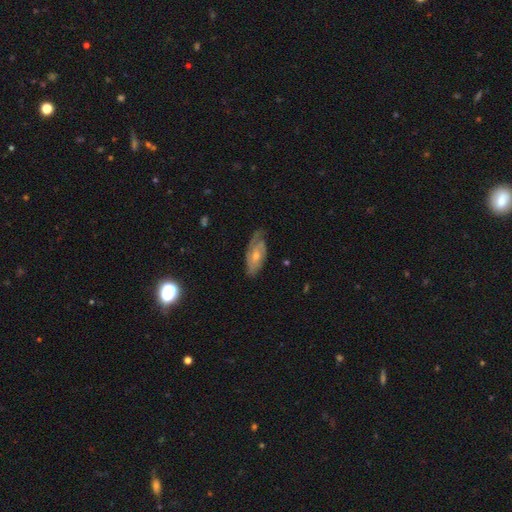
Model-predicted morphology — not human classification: smooth-or-featured: featured or disk: 73% | smooth: 18% | star or artifact: 8%
  disk-edge-on: no: 90% | yes: 10%
    bar: no: 70% | weak: 25% | strong: 5%
    has-spiral-arms: yes: 89% | no: 11%
      spiral-winding: tight: 58% | medium: 32% | loose: 11%
      spiral-arm-count: 2: 39% | can't tell: 34% | 1: 15% | 3: 7% | 4: 3% | more than 4: 2%
    bulge-size: moderate: 49% | small: 47% | large: 2% | none: 2% | dominant: 1%
  merging: none: 68% | minor disturbance: 22% | major disturbance: 8% | merger: 2%